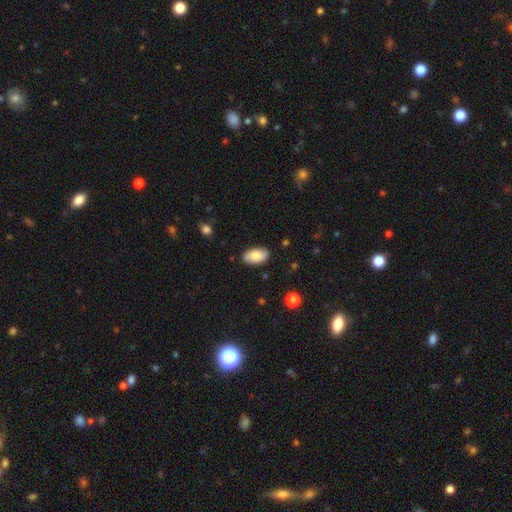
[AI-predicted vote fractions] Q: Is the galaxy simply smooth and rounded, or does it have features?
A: smooth — 81%.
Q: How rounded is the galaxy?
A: in between — 95%.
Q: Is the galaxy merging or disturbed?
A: none — 85%.